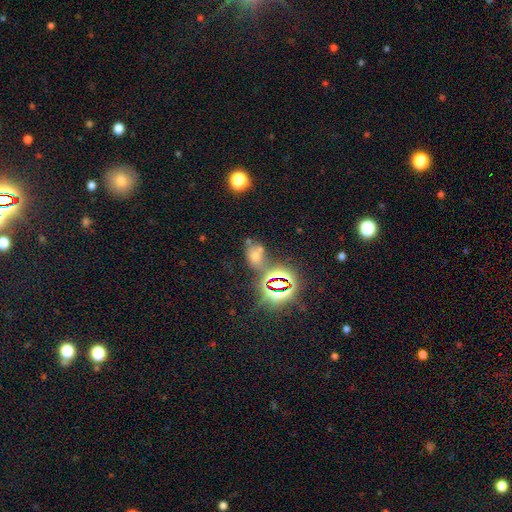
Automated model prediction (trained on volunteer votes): star or artifact 51%, smooth 36%, featured or disk 13%.